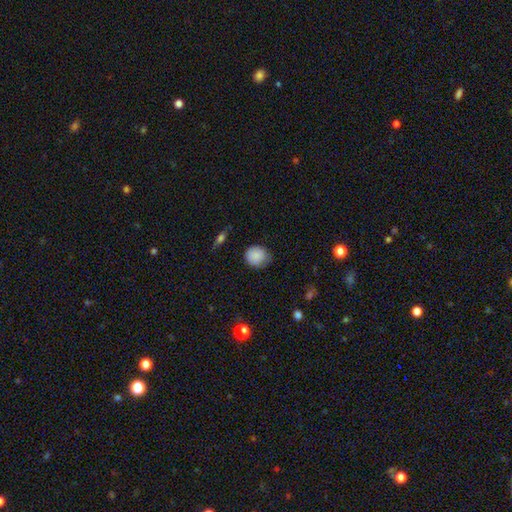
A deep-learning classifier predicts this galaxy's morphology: Smooth or featured: smooth — 87% (star or artifact — 8%)
How rounded: round — 80% (in between — 18%)
Merging: none — 71% (minor disturbance — 24%)